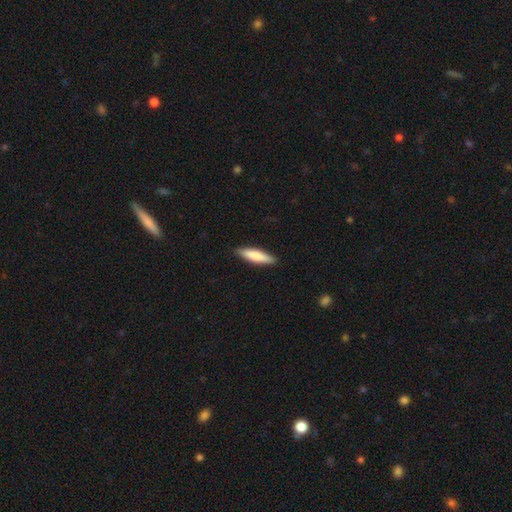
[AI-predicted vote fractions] Morphology: type=smooth (77%); roundness=cigar-shaped (77%); merging=none (89%).